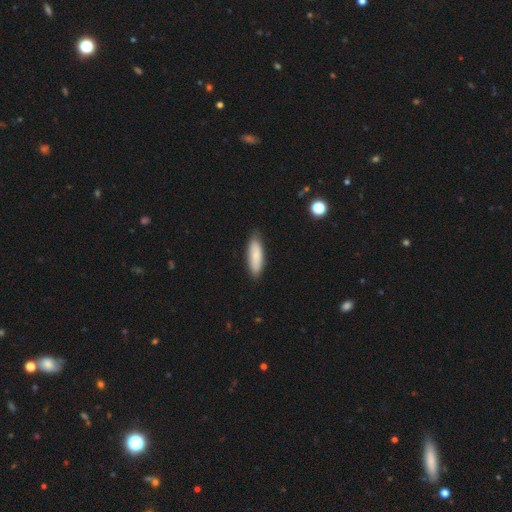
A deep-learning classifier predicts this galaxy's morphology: Smooth or featured: smooth — 82% (featured or disk — 12%)
How rounded: in between — 51% (cigar-shaped — 47%)
Merging: none — 82% (minor disturbance — 15%)